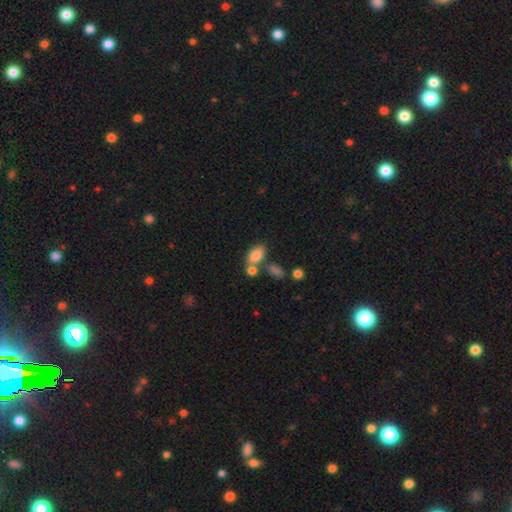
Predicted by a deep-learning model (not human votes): smooth_or_featured: smooth (p=0.81) [alt: featured or disk p=0.10]
how_rounded: in between (p=0.89) [alt: round p=0.08]
merging: none (p=0.47) [alt: merger p=0.36]